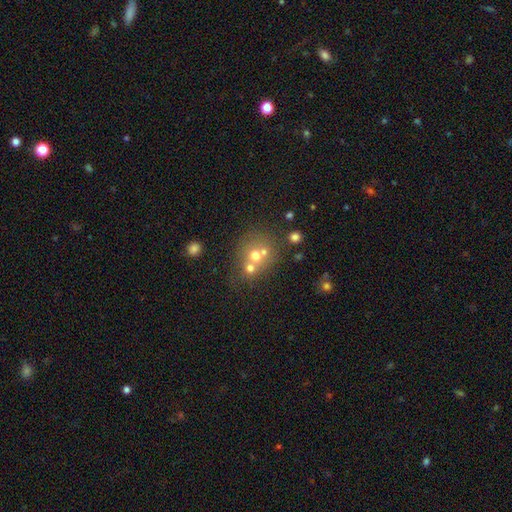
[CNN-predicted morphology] Smooth or featured: smooth — 54% (featured or disk — 26%)
How rounded: round — 78% (in between — 21%)
Merging: merger — 51% (none — 38%)